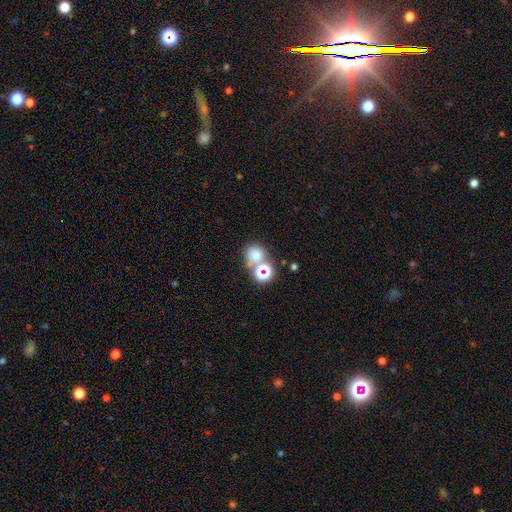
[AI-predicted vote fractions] Smooth or featured?
  - smooth: 66% *
  - star or artifact: 24%
  - featured or disk: 10%
How rounded?
  - round: 78% *
  - in between: 21%
  - cigar-shaped: 1%
Merging?
  - none: 52% *
  - merger: 35%
  - minor disturbance: 9%
  - major disturbance: 5%